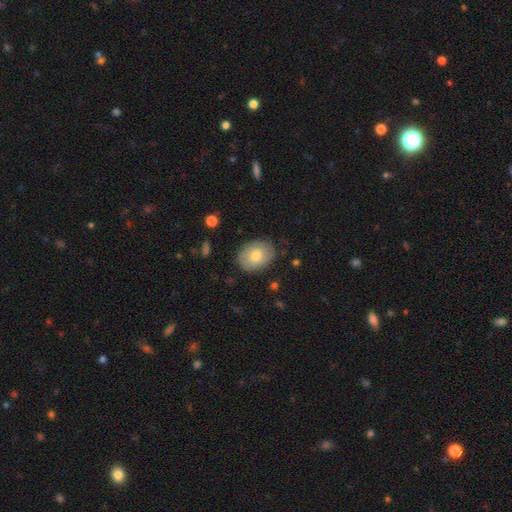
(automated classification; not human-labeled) smooth-or-featured: smooth: 74% | featured or disk: 19% | star or artifact: 7%
  how-rounded: in between: 64% | round: 35% | cigar-shaped: 1%
  merging: none: 83% | minor disturbance: 13% | major disturbance: 3% | merger: 1%